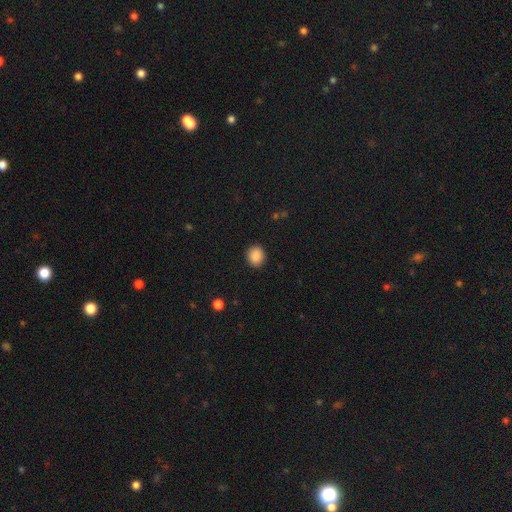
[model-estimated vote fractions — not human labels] smooth_or_featured: smooth (p=0.89) [alt: star or artifact p=0.09]
how_rounded: round (p=0.75) [alt: in between p=0.24]
merging: none (p=0.90) [alt: minor disturbance p=0.07]